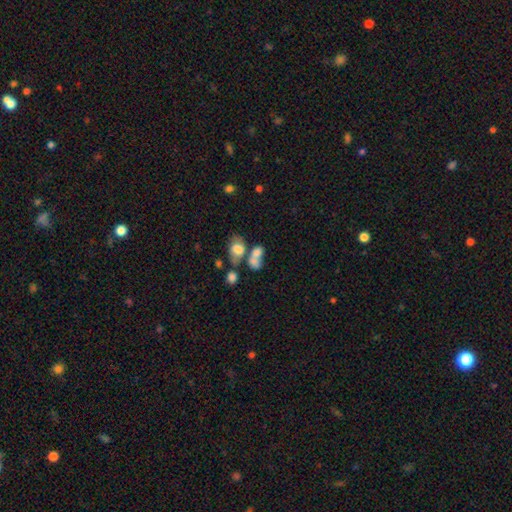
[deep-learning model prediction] Morphology: type=smooth (69%); roundness=in between (73%); merging=merger (56%).